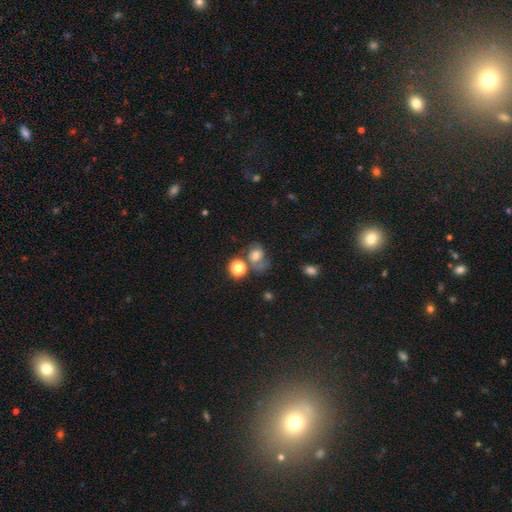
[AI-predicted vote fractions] Smooth or featured? smooth (54%)
How rounded? round (56%)
Merging? none (42%)